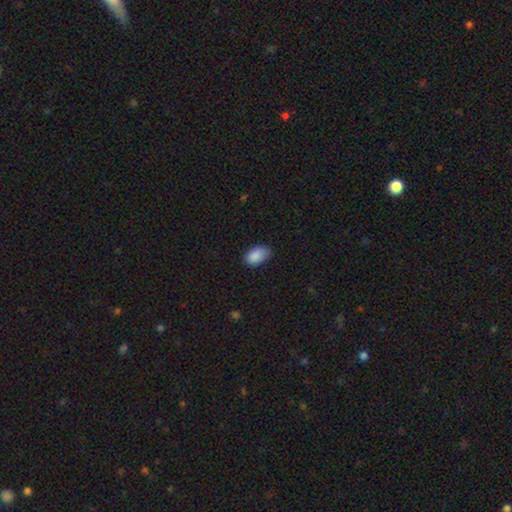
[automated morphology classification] This appears to be a smooth galaxy with no disk features (89%) that is in between round and cigar-shaped (92%). Merging: none (73%).